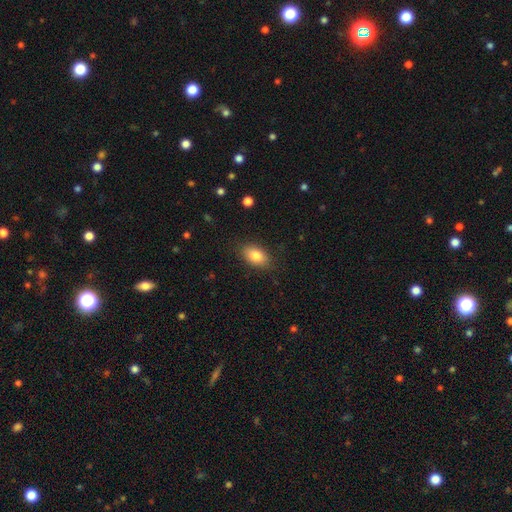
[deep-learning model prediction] A smooth galaxy with no disk features (82%) that is in between round and cigar-shaped (89%). Merging: none (86%).